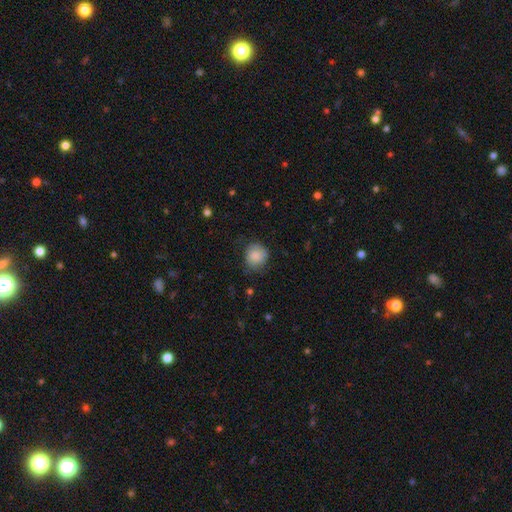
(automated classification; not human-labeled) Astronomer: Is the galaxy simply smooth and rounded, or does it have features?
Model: smooth — 84%.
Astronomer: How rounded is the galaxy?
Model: round — 85%.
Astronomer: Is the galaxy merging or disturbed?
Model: none — 71%.